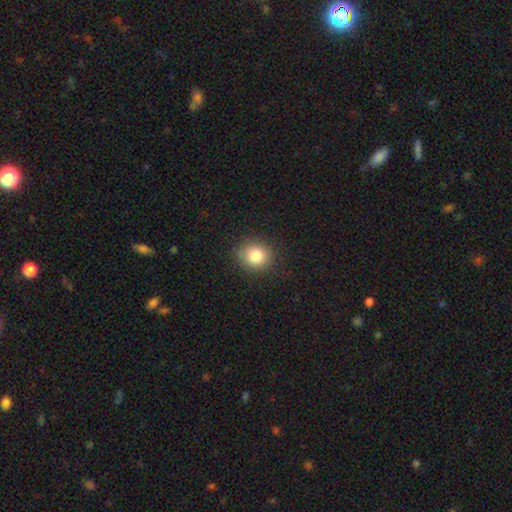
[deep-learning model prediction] smooth_or_featured: smooth (p=0.83) [alt: star or artifact p=0.11]
how_rounded: round (p=0.82) [alt: in between p=0.17]
merging: none (p=0.86) [alt: minor disturbance p=0.10]